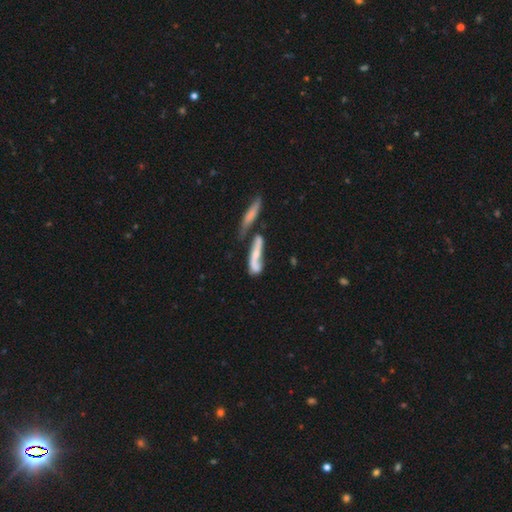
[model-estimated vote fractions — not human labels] A featured or disk galaxy (54%). Merging: merger (50%).